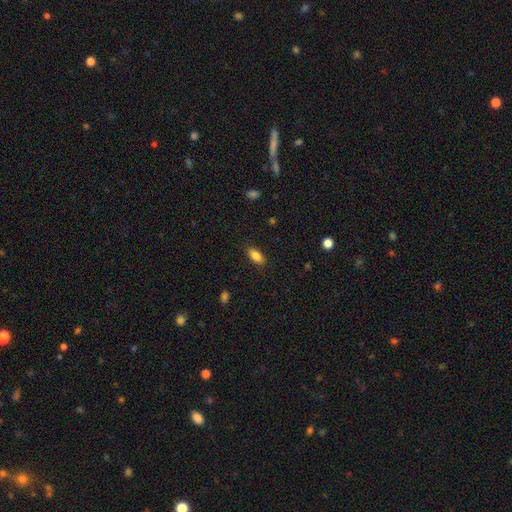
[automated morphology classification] smooth-or-featured: smooth: 84% | featured or disk: 9% | star or artifact: 8%
  how-rounded: in between: 84% | cigar-shaped: 13% | round: 3%
  merging: none: 86% | minor disturbance: 10% | major disturbance: 3% | merger: 1%